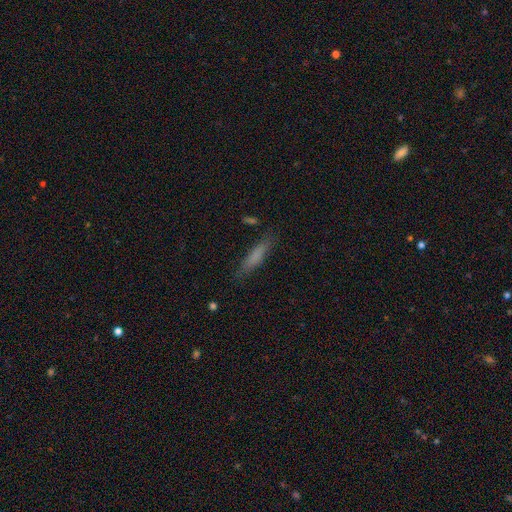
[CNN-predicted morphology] A smooth galaxy with no disk features (75%) that is cigar-shaped (83%).

Vote fractions:
- Smooth or featured? smooth: 75% / featured or disk: 17% / star or artifact: 8%
- How rounded? cigar-shaped: 83% / in between: 16% / round: 2%
- Merging? none: 80% / minor disturbance: 14% / major disturbance: 4% / merger: 2%